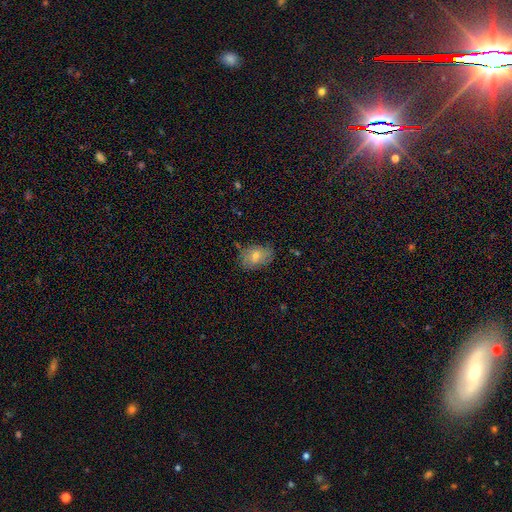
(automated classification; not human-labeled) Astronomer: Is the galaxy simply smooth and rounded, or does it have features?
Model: smooth — 56%.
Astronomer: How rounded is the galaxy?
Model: in between — 79%.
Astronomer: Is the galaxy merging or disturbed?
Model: none — 74%.